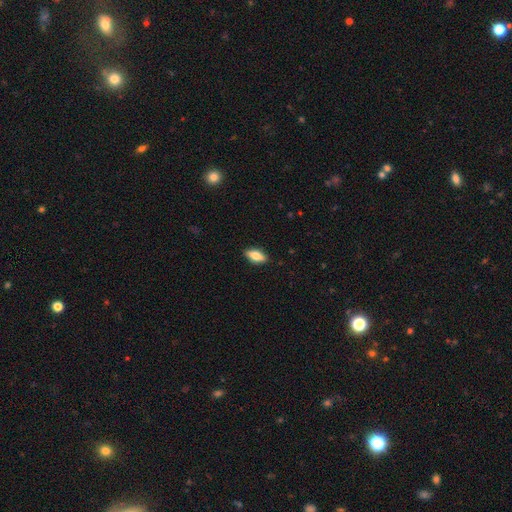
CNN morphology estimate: Smooth or featured? smooth (69%)
How rounded? in between (79%)
Merging? none (88%)